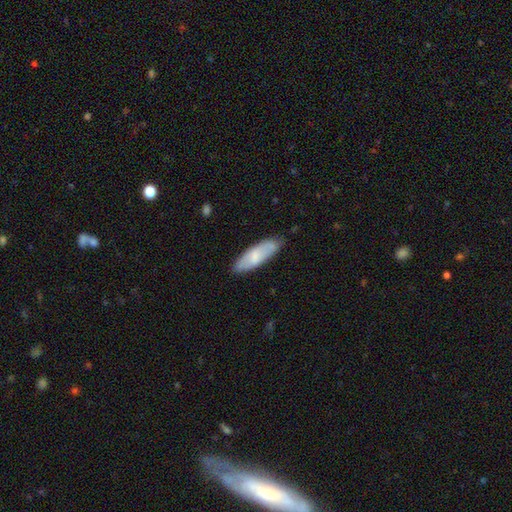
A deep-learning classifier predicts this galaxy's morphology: This appears to be a smooth galaxy with no disk features (67%) that is in between round and cigar-shaped (56%). Merging: none (80%).